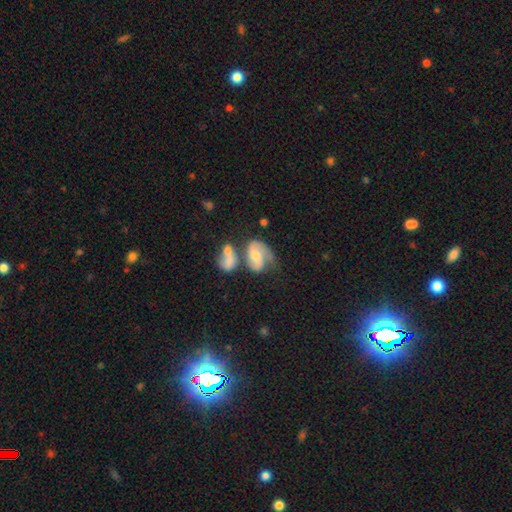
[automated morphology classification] This appears to be a featured or disk galaxy (71%) with no bar (55%), 2 (63%) medium (46%) spiral arms (91%) and a moderate central bulge (59%). Merging: merger (36%).